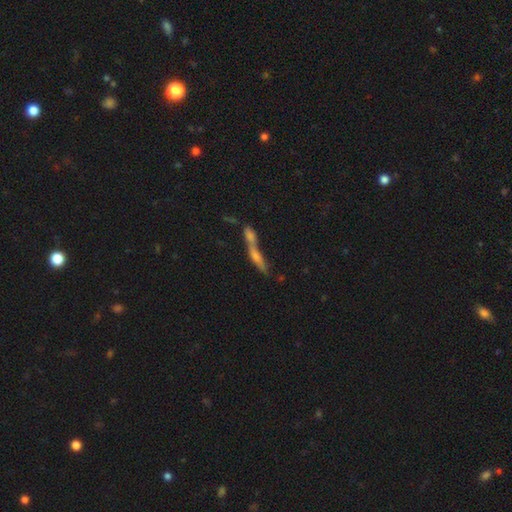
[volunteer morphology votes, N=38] Smooth or featured? 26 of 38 (68%) said smooth. How rounded? 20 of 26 (77%) said cigar-shaped. Merging? 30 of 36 (83%) said merger.